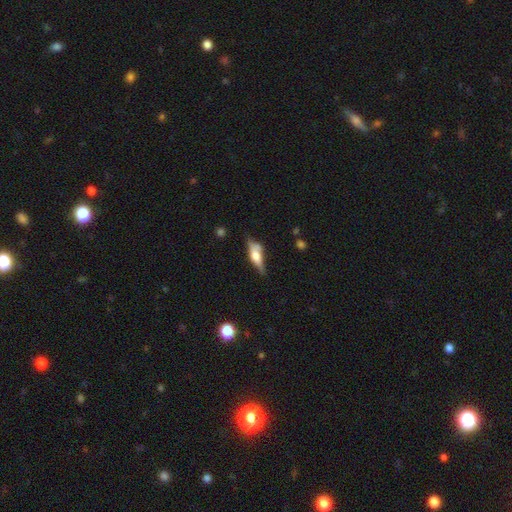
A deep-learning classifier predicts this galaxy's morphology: The model was most divided on "smooth or featured": featured or disk: 48%, smooth: 44%, star or artifact: 8%. More confident: merging — none (51%).